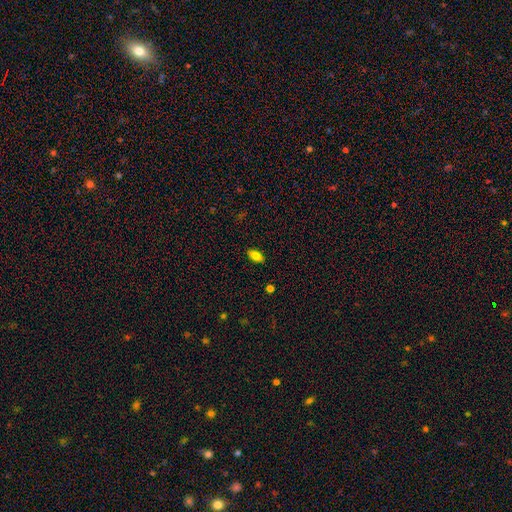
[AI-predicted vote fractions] Overall: smooth (82%). How rounded: in between (91%). Merging: none (88%).